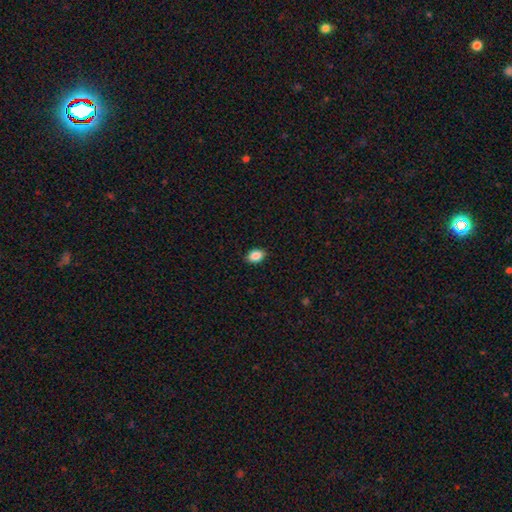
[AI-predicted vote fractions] Smooth or featured? smooth (87%)
How rounded? in between (79%)
Merging? none (88%)